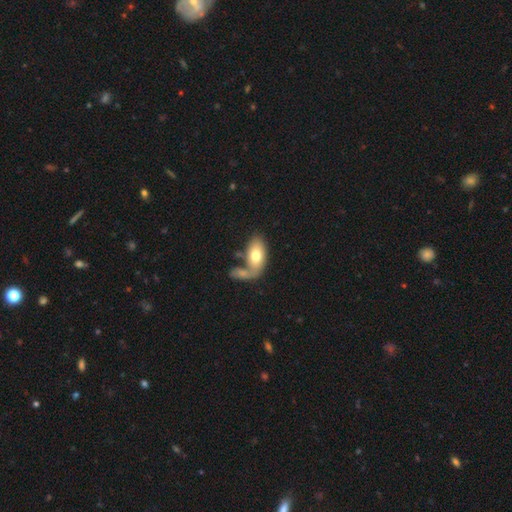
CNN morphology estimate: Smooth or featured? Predicted: smooth (p=0.71). How rounded? Predicted: in between (p=0.91). Merging? Predicted: merger (p=0.44).